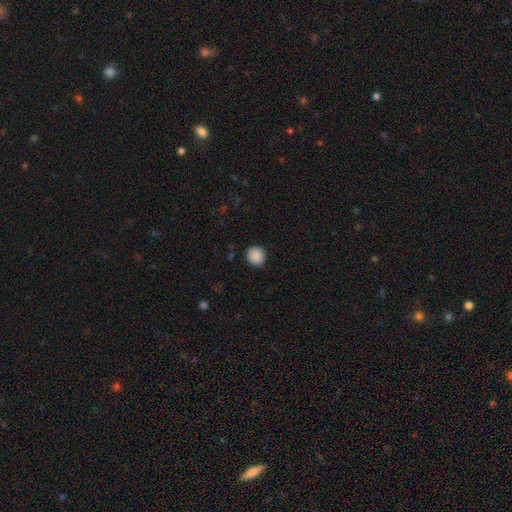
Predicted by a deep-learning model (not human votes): The model was most divided on "how rounded": round: 89%, in between: 10%, cigar-shaped: 1%. More confident: merging — none (90%); smooth or featured — smooth (89%).